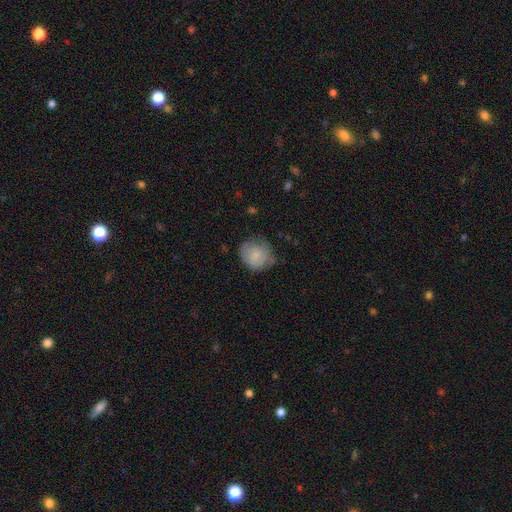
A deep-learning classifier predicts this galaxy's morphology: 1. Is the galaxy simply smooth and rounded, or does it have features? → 73% smooth, 19% featured or disk, 7% star or artifact.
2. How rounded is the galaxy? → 82% round, 17% in between, 1% cigar-shaped.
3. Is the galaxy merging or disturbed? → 59% none, 30% minor disturbance, 9% major disturbance, 2% merger.